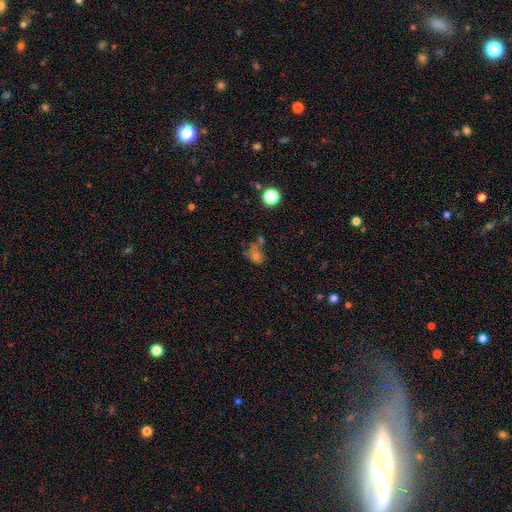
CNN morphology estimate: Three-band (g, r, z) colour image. It shows a smooth galaxy with no disk features (54%) that is round (61%). Merging: none (43%).